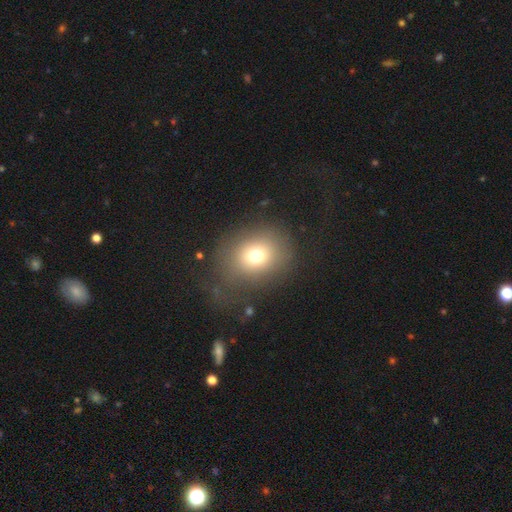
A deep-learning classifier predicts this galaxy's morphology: smooth_or_featured: smooth (p=0.73) [alt: star or artifact p=0.15]
how_rounded: round (p=0.68) [alt: in between p=0.32]
merging: none (p=0.69) [alt: minor disturbance p=0.15]